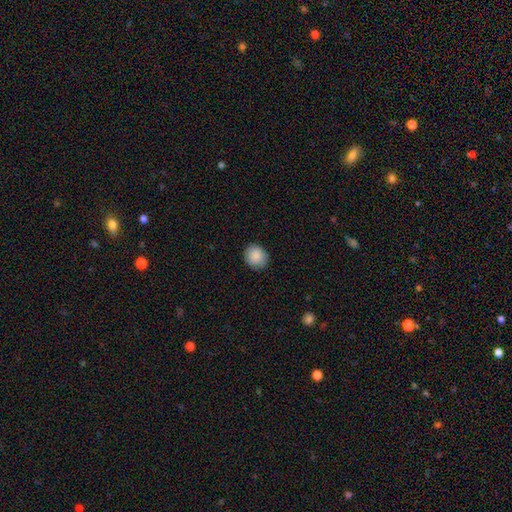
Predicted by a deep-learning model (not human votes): smooth_or_featured: smooth (p=0.89) [alt: star or artifact p=0.08]
how_rounded: round (p=0.79) [alt: in between p=0.20]
merging: none (p=0.88) [alt: minor disturbance p=0.09]